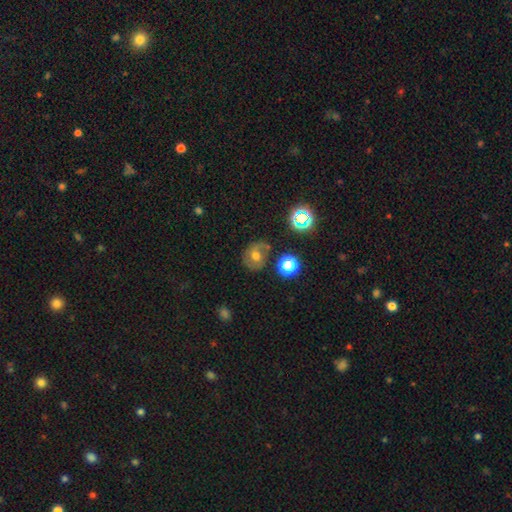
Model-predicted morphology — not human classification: This is marginally a featured or disk galaxy (43%). Merging: likely none (62%).